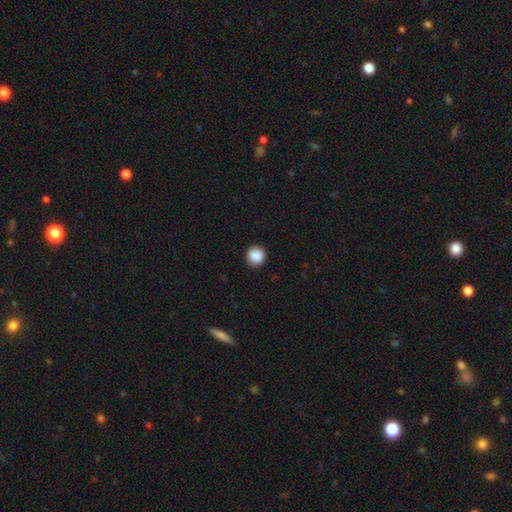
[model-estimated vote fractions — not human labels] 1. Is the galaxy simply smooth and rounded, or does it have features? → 89% smooth, 8% star or artifact, 3% featured or disk.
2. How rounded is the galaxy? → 93% round, 6% in between, 1% cigar-shaped.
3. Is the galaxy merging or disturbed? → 91% none, 6% minor disturbance, 2% major disturbance, 1% merger.